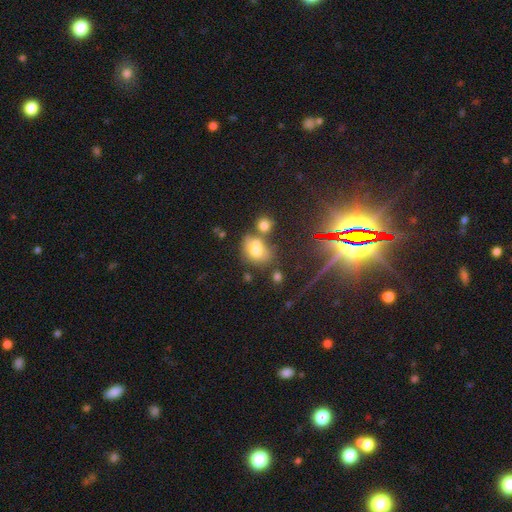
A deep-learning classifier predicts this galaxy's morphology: A smooth galaxy with no disk features (41%).

Vote fractions:
- Smooth or featured? smooth: 41% / star or artifact: 38% / featured or disk: 20%
- Merging? none: 52% / merger: 28% / minor disturbance: 13% / major disturbance: 7%